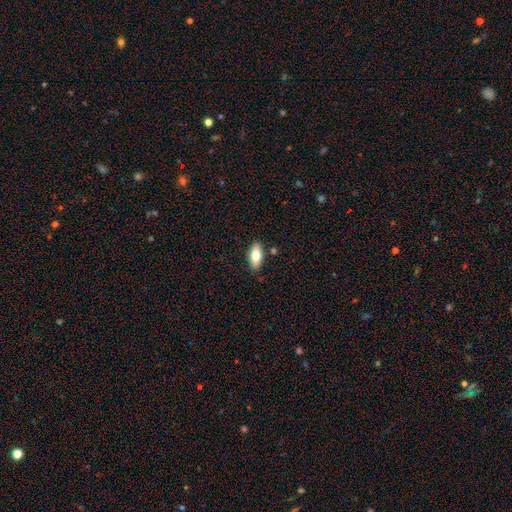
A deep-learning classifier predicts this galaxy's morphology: type=smooth (73%); roundness=in between (86%); merging=none (86%).